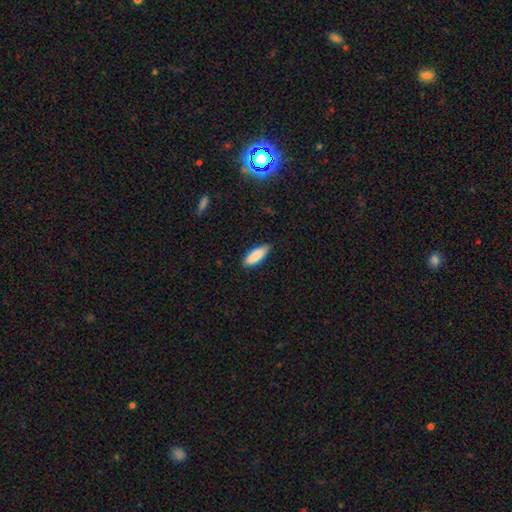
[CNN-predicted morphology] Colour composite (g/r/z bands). It shows a smooth galaxy with no disk features (88%) that is in between round and cigar-shaped (66%). Merging: none (80%).